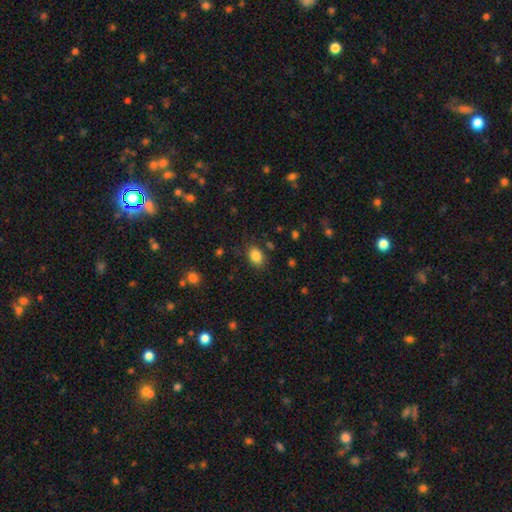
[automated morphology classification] A smooth galaxy with no disk features (85%) that is in between round and cigar-shaped (73%). Merging: none (81%).